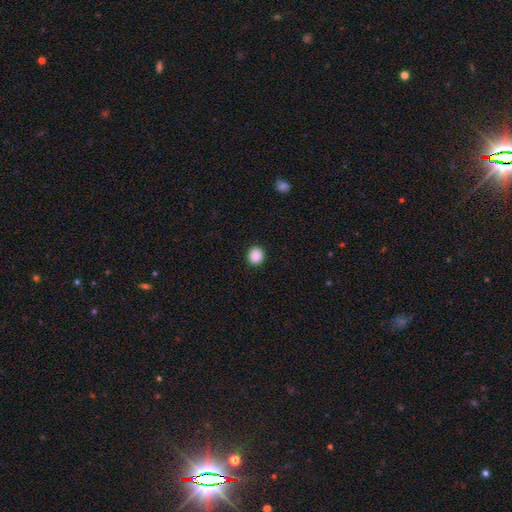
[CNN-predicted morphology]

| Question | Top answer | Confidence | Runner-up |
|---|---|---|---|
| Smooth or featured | smooth | 89% | star or artifact (9%) |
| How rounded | round | 85% | in between (14%) |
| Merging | none | 92% | minor disturbance (5%) |